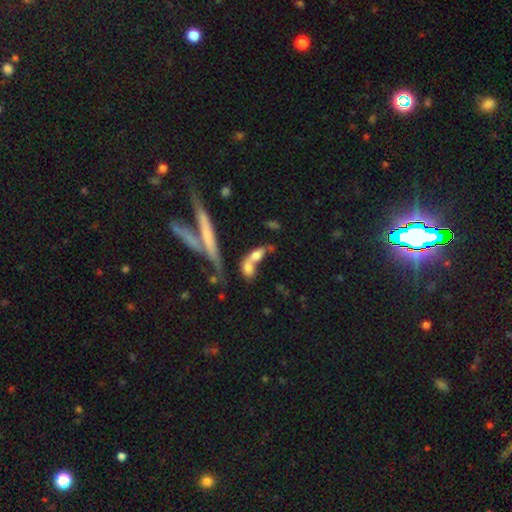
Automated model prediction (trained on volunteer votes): Smooth or featured? smooth (62%)
How rounded? in between (59%)
Merging? merger (54%)